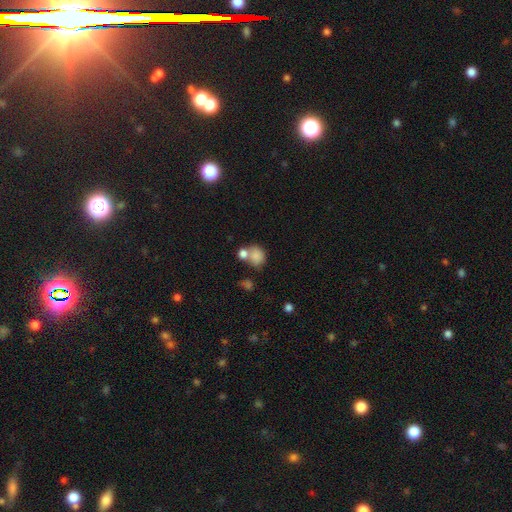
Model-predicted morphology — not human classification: Smooth or featured? Predicted: smooth (p=0.81). How rounded? Predicted: round (p=0.63). Merging? Predicted: merger (p=0.41).